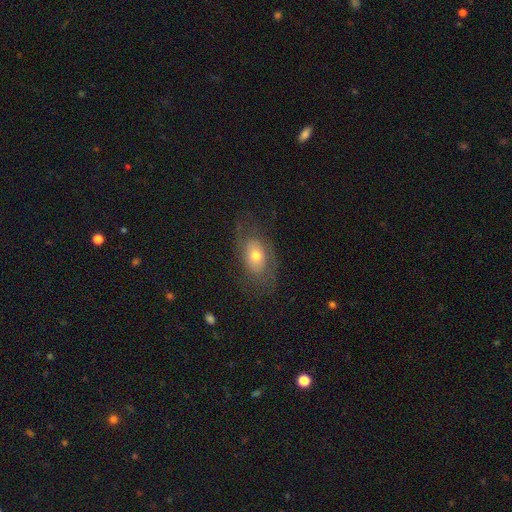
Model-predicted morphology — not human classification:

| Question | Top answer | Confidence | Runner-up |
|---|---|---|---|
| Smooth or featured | featured or disk | 47% | smooth (44%) |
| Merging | none | 62% | minor disturbance (20%) |